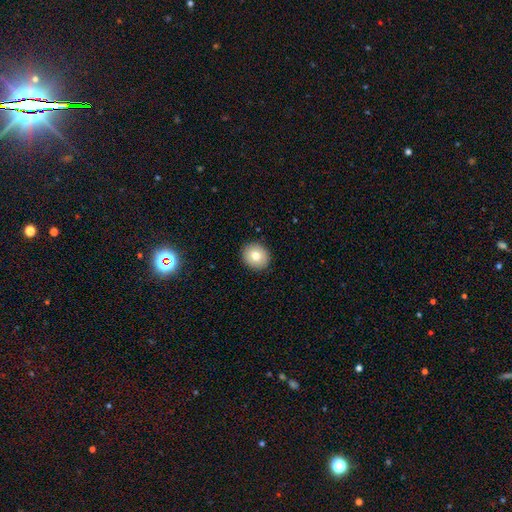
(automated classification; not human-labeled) Smooth or featured? smooth (79%)
How rounded? round (75%)
Merging? none (91%)